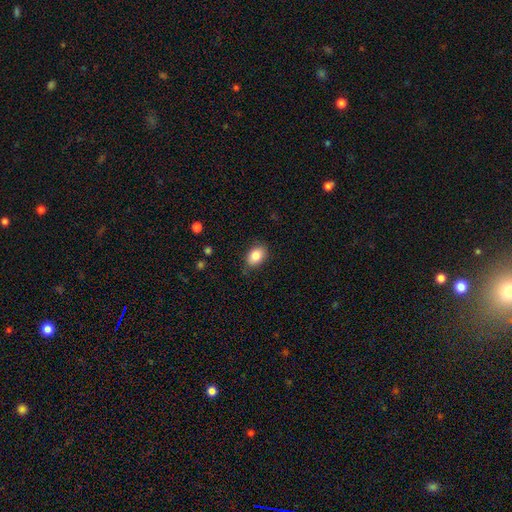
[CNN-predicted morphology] Smooth or featured? Predicted: smooth (p=0.85). How rounded? Predicted: in between (p=0.84). Merging? Predicted: none (p=0.84).